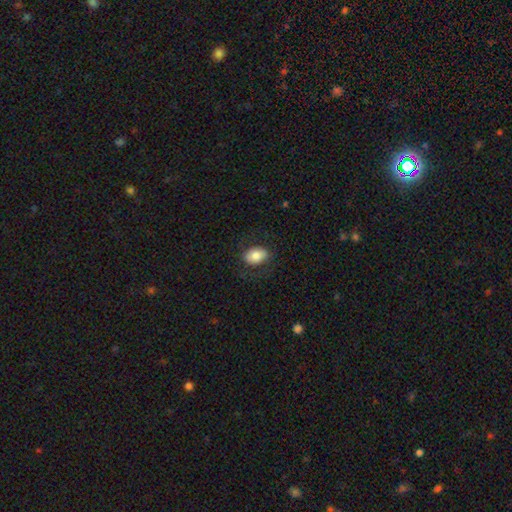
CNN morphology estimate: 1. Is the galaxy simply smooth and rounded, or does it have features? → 80% smooth, 13% featured or disk, 7% star or artifact.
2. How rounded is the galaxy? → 83% in between, 15% round, 1% cigar-shaped.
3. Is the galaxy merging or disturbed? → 79% none, 13% minor disturbance, 7% major disturbance, 1% merger.